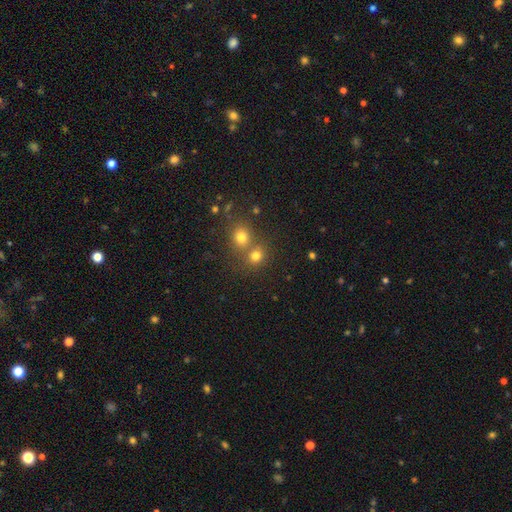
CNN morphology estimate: This is likely a smooth galaxy (75%). How rounded: clearly round (81%). Merging: possibly none (52%).